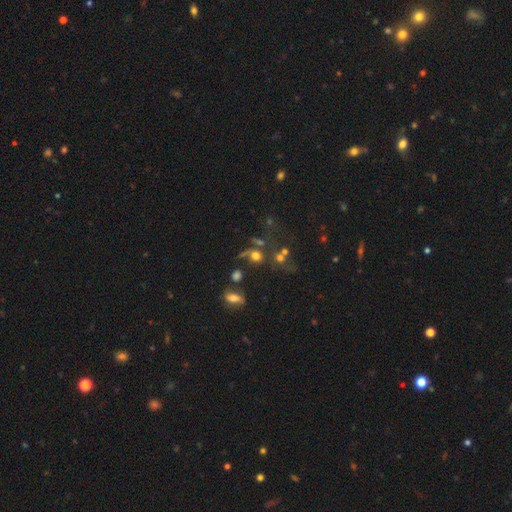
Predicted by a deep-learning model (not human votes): This is likely a smooth galaxy (62%). How rounded: likely round (80%). Merging: marginally none (45%).